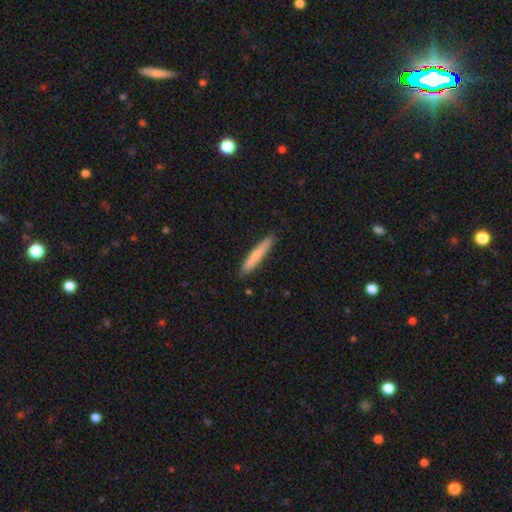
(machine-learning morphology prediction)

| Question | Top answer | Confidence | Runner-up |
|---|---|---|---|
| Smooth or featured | smooth | 70% | featured or disk (25%) |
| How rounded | cigar-shaped | 94% | in between (5%) |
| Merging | none | 90% | minor disturbance (7%) |